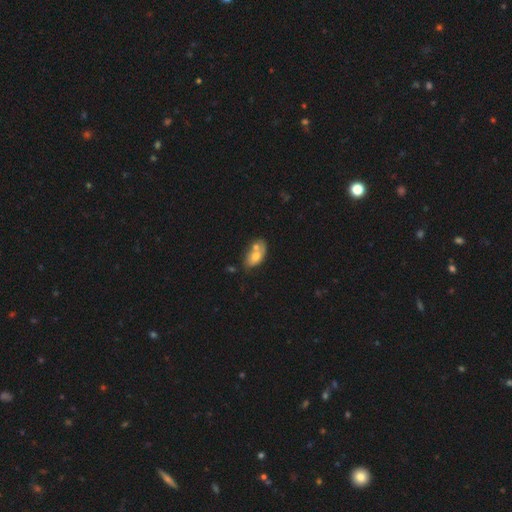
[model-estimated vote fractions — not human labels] The model was most divided on "merging": merger: 51%, none: 28%, minor disturbance: 14%, major disturbance: 7%. More confident: how rounded — in between (88%); smooth or featured — smooth (63%).